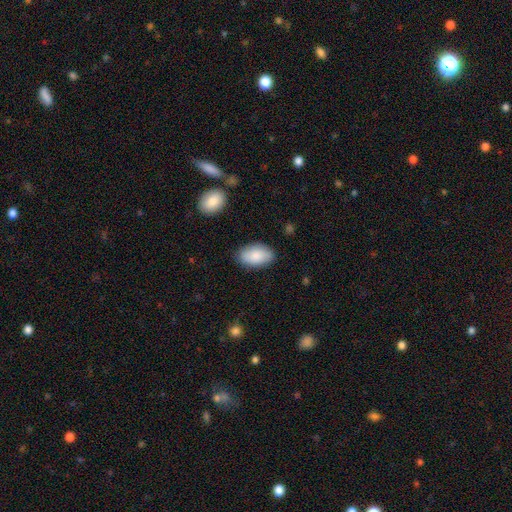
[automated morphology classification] The model was most divided on "merging": none: 84%, minor disturbance: 12%, major disturbance: 3%, merger: 1%. More confident: how rounded — in between (94%); smooth or featured — smooth (86%).